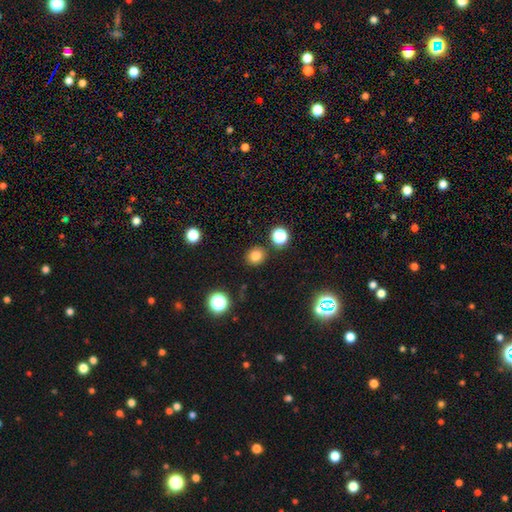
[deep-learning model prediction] Smooth or featured? smooth (79%)
How rounded? round (82%)
Merging? none (87%)